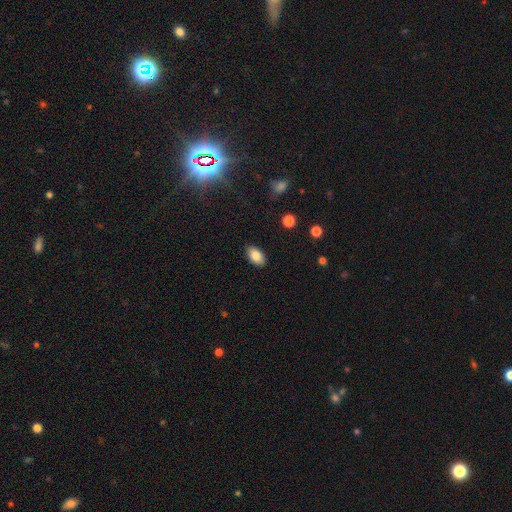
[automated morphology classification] Smooth or featured: smooth — 86% (star or artifact — 7%)
How rounded: in between — 93% (round — 5%)
Merging: none — 88% (minor disturbance — 9%)